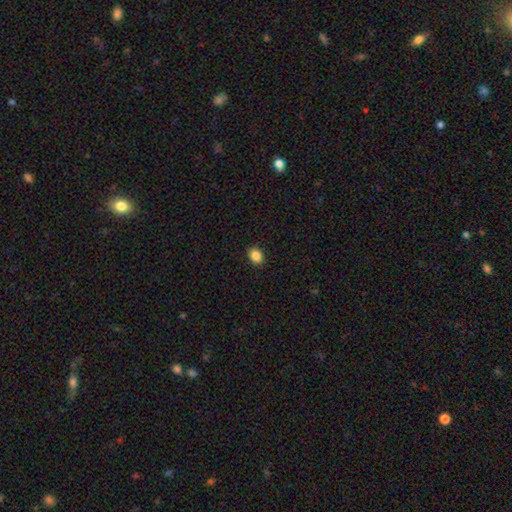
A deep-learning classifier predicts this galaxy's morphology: Smooth or featured?
  - smooth: 87% *
  - star or artifact: 9%
  - featured or disk: 4%
How rounded?
  - in between: 73% *
  - round: 26%
  - cigar-shaped: 1%
Merging?
  - none: 90% *
  - minor disturbance: 7%
  - major disturbance: 2%
  - merger: 1%